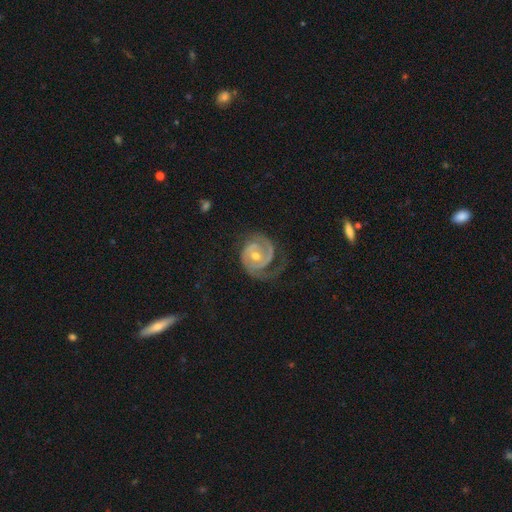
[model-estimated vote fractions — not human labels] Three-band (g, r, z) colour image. It shows a featured or disk galaxy (90%) with no bar (62%), 2 (71%) tight (61%) spiral arms (97%) and a moderate central bulge (62%). Merging: none (63%).